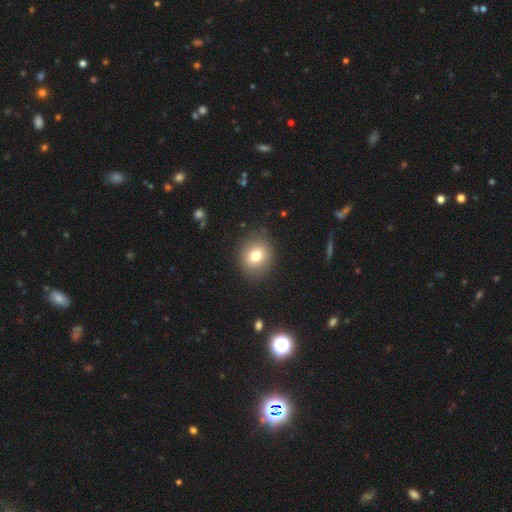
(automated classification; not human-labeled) Smooth or featured?
  - smooth: 77% *
  - featured or disk: 12%
  - star or artifact: 10%
How rounded?
  - round: 60% *
  - in between: 39%
  - cigar-shaped: 1%
Merging?
  - none: 86% *
  - minor disturbance: 10%
  - major disturbance: 3%
  - merger: 1%